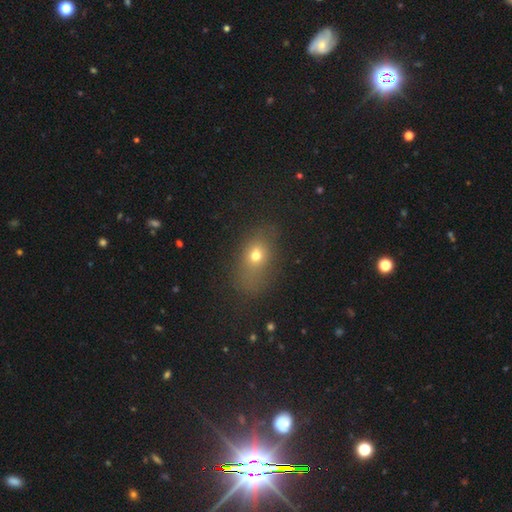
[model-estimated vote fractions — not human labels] This appears to be a smooth galaxy with no disk features (67%) that is in between round and cigar-shaped (67%). Merging: none (68%).